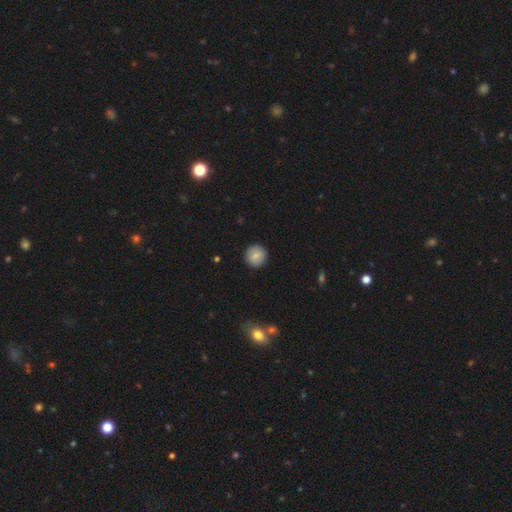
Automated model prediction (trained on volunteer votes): Smooth or featured: smooth — 81% (featured or disk — 11%)
How rounded: round — 94% (in between — 5%)
Merging: none — 91% (minor disturbance — 6%)